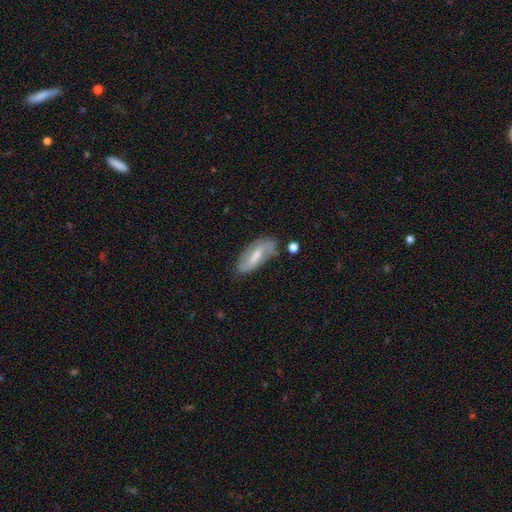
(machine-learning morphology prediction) Smooth or featured? featured or disk (51%)
Edge-on disk? no (86%)
Merging? none (66%)